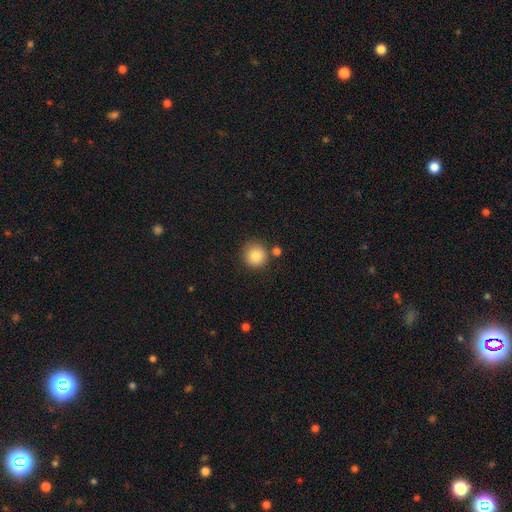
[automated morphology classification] This is clearly a smooth galaxy (87%). How rounded: clearly round (94%). Merging: clearly none (81%).